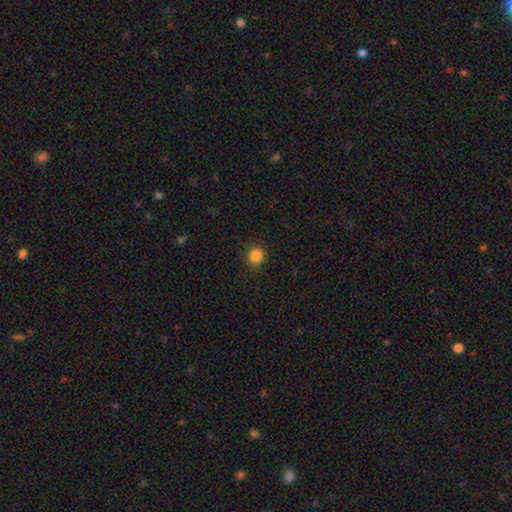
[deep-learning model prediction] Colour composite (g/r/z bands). It shows a smooth galaxy with no disk features (85%) that is round (88%). Merging: none (89%).